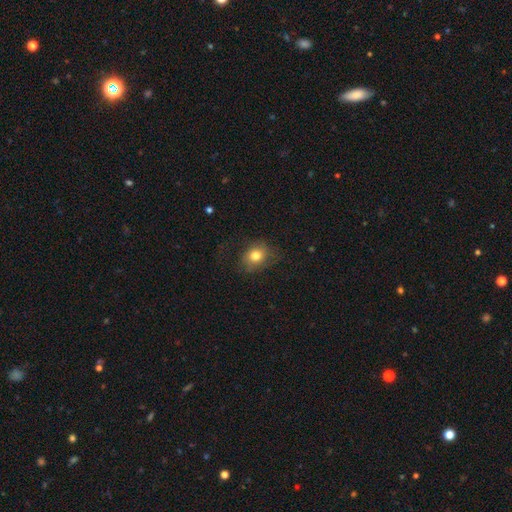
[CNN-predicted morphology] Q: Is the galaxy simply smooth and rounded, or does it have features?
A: smooth — 78%.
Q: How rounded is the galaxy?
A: round — 51%.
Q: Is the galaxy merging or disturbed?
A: none — 69%.